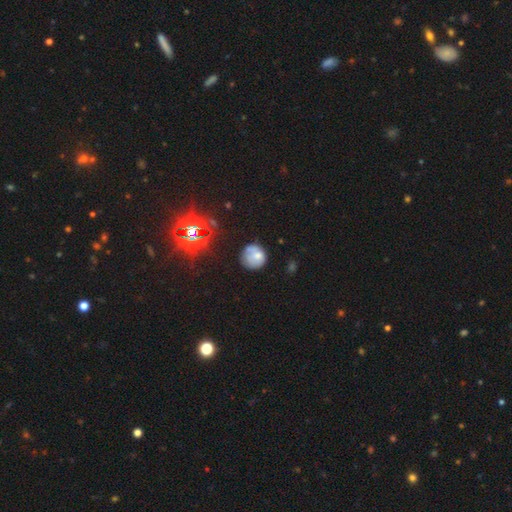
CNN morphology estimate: A smooth galaxy with no disk features (66%) that is round (87%).

Vote fractions:
- Smooth or featured? smooth: 66% / featured or disk: 20% / star or artifact: 14%
- How rounded? round: 87% / in between: 12% / cigar-shaped: 1%
- Merging? none: 61% / minor disturbance: 26% / major disturbance: 9% / merger: 5%